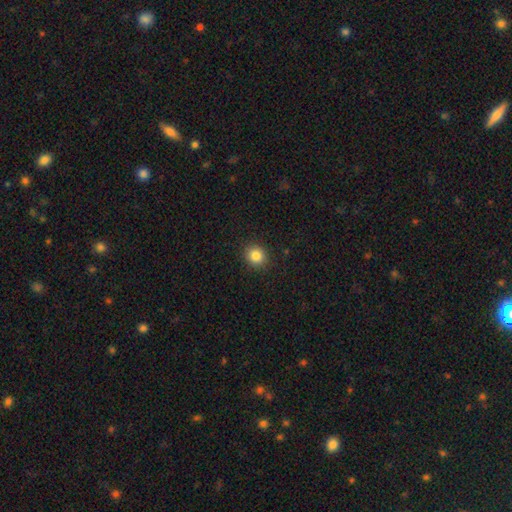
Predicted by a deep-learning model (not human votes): This is clearly a smooth galaxy (84%). How rounded: clearly round (87%). Merging: clearly none (91%).